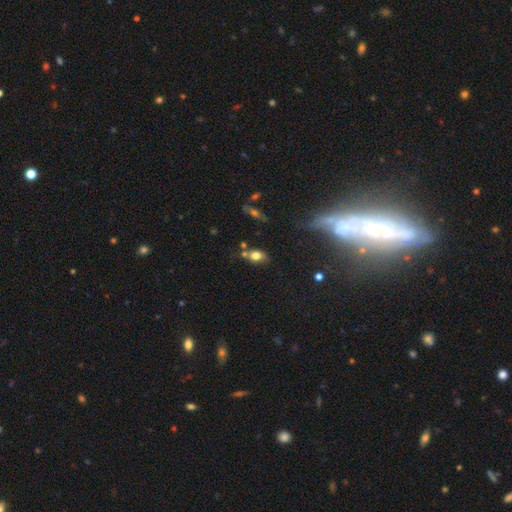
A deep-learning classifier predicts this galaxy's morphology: smooth_or_featured: smooth (p=0.74) [alt: featured or disk p=0.14]
how_rounded: in between (p=0.70) [alt: round p=0.26]
merging: none (p=0.54) [alt: merger p=0.21]